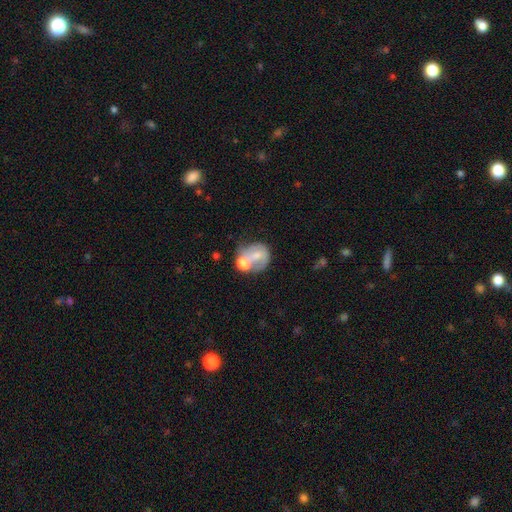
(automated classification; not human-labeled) A smooth galaxy with no disk features (47%).

Vote fractions:
- Smooth or featured? smooth: 47% / featured or disk: 45% / star or artifact: 8%
- Merging? merger: 49% / none: 25% / minor disturbance: 14% / major disturbance: 13%